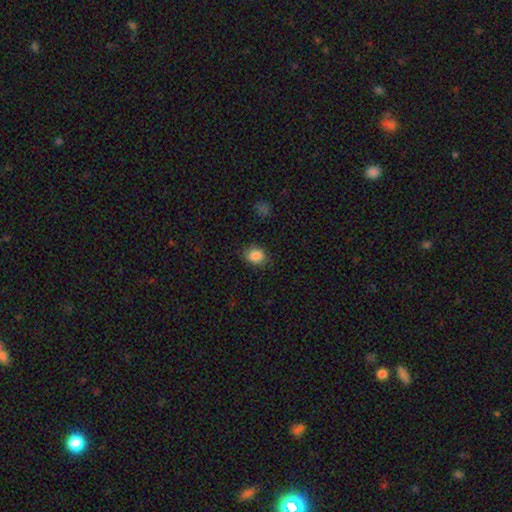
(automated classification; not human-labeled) Morphology: type=smooth (86%); roundness=round (52%); merging=none (83%).